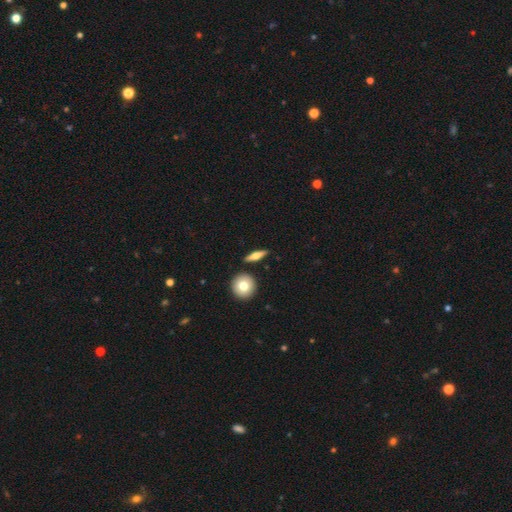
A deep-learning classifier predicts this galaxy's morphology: Smooth or featured? smooth (48%)
Merging? none (87%)